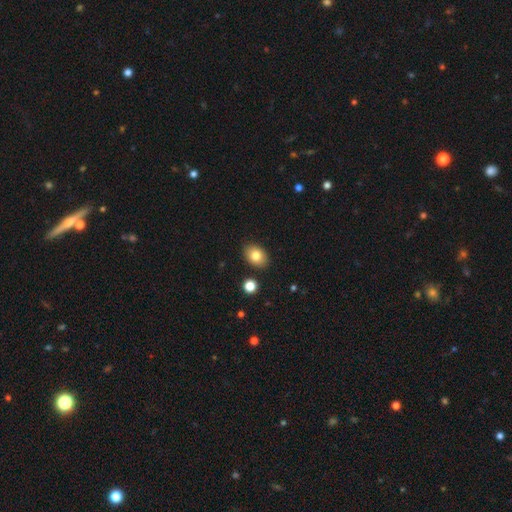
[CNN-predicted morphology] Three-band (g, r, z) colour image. It shows a smooth galaxy with no disk features (81%) that is in between round and cigar-shaped (77%). Merging: none (87%).